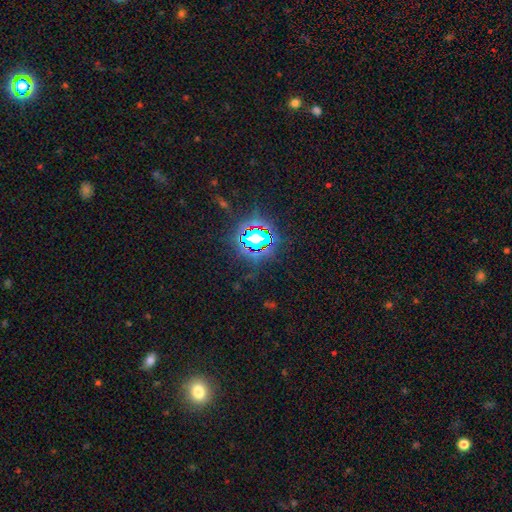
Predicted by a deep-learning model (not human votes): Smooth or featured? star or artifact (80%)